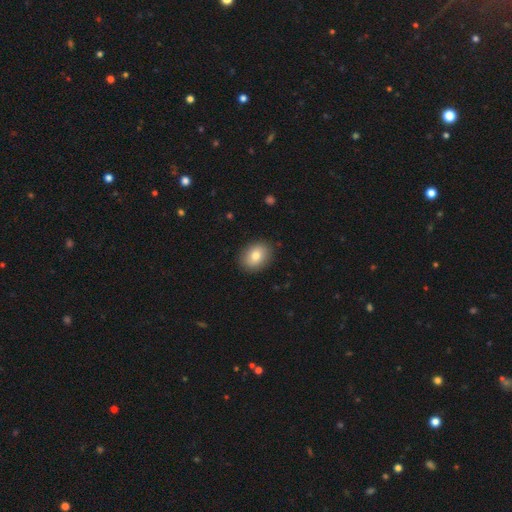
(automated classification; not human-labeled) smooth-or-featured: smooth: 80% | featured or disk: 12% | star or artifact: 8%
  how-rounded: in between: 60% | round: 39% | cigar-shaped: 1%
  merging: none: 89% | minor disturbance: 8% | major disturbance: 2% | merger: 1%